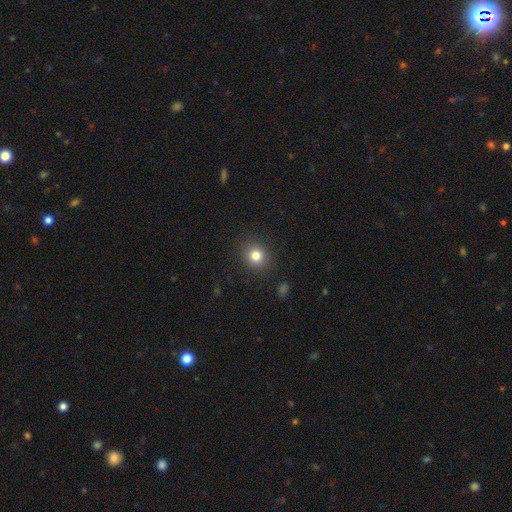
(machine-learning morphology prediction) smooth_or_featured: smooth (p=0.81) [alt: star or artifact p=0.12]
how_rounded: round (p=0.84) [alt: in between p=0.15]
merging: none (p=0.89) [alt: minor disturbance p=0.07]